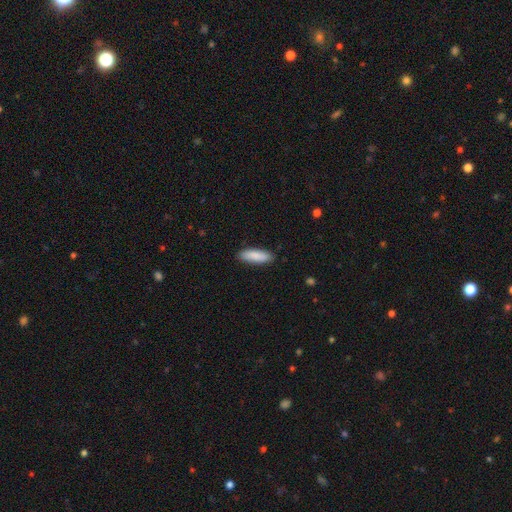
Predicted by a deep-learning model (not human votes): Morphology: type=smooth (89%); roundness=cigar-shaped (50%); merging=none (88%).